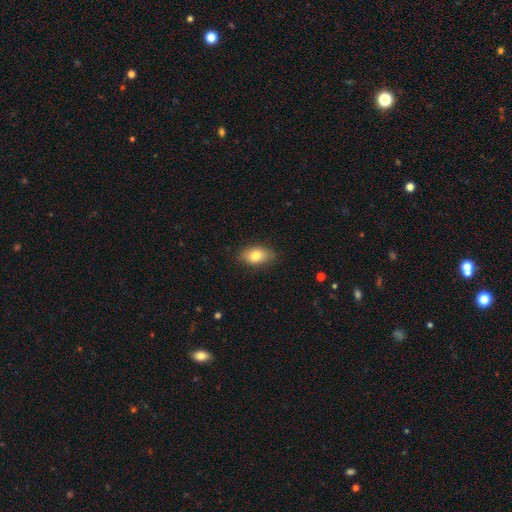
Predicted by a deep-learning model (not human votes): Smooth or featured: smooth — 81% (featured or disk — 12%)
How rounded: in between — 89% (round — 8%)
Merging: none — 84% (minor disturbance — 12%)